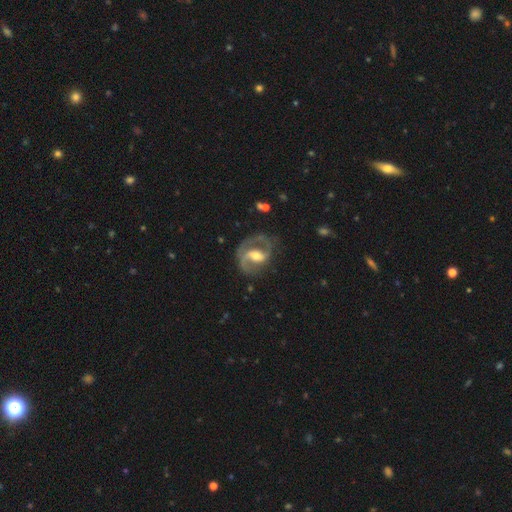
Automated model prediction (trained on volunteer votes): A featured or disk galaxy (87%) with a weak bar (43%), 2 (84%) medium (57%) spiral arms (93%) and a moderate central bulge (64%).

Vote fractions:
- Smooth or featured? featured or disk: 87% / smooth: 9% / star or artifact: 5%
- Edge-on disk? no: 97% / yes: 3%
- Bar? weak: 43% / strong: 36% / no: 21%
- Spiral arms? yes: 93% / no: 7%
- Spiral winding? medium: 57% / tight: 22% / loose: 21%
- Spiral arm count? 2: 84% / 1: 8% / can't tell: 4% / 3: 2% / 4: 1% / more than 4: 1%
- Bulge size? moderate: 64% / small: 26% / large: 8% / none: 2% / dominant: 1%
- Merging? none: 68% / minor disturbance: 17% / major disturbance: 13% / merger: 2%